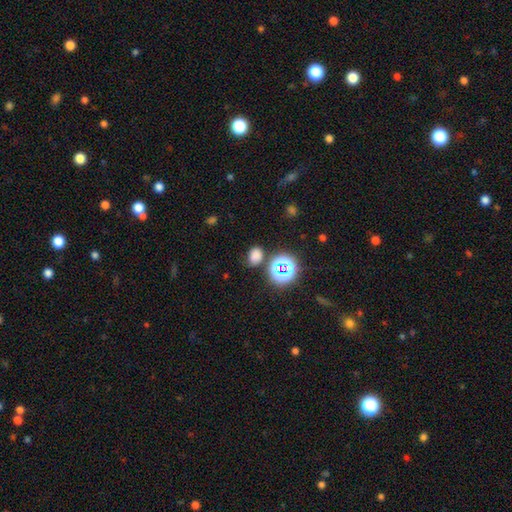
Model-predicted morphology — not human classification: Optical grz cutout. It shows a smooth galaxy with no disk features (71%) that is in between round and cigar-shaped (63%). Merging: none (76%).